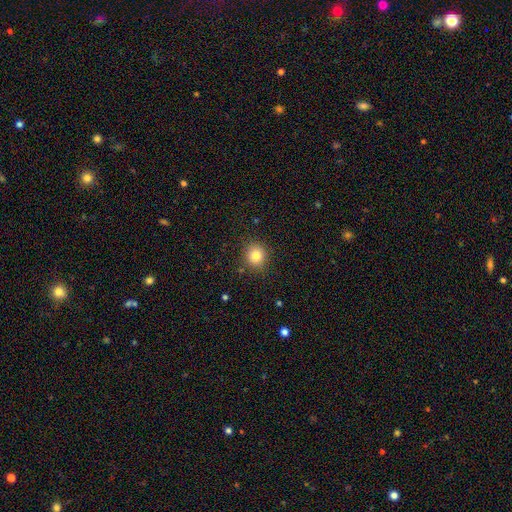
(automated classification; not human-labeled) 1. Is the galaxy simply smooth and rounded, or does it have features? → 82% smooth, 11% star or artifact, 6% featured or disk.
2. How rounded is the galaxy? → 86% round, 13% in between, 1% cigar-shaped.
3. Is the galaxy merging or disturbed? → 88% none, 8% minor disturbance, 3% major disturbance, 1% merger.